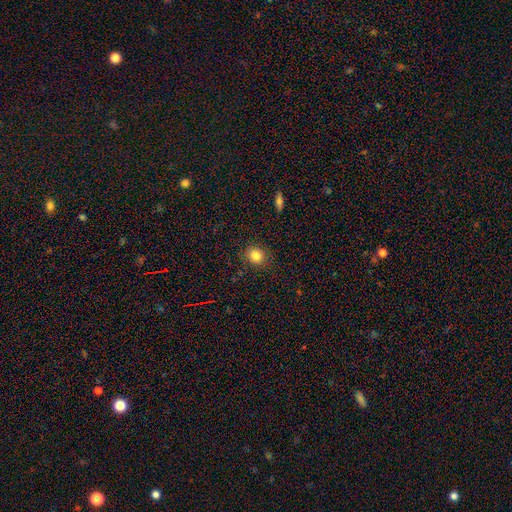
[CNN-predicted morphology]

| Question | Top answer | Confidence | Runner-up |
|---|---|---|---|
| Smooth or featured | smooth | 83% | star or artifact (11%) |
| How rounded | round | 75% | in between (24%) |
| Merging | none | 87% | minor disturbance (9%) |